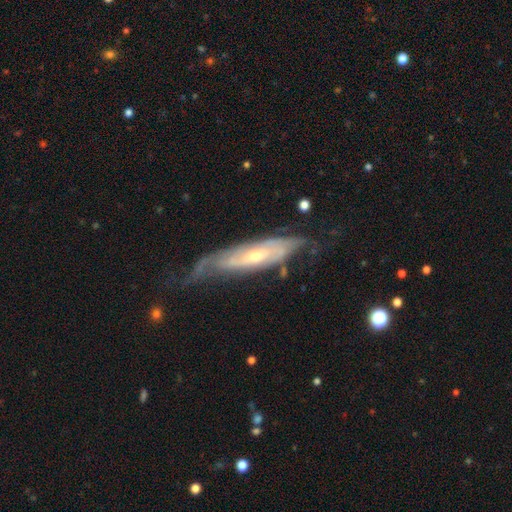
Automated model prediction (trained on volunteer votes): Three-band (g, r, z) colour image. It shows a featured or disk galaxy (79%) with no bar (60%), spiral arms (87%) and a small central bulge (48%). Merging: none (53%).